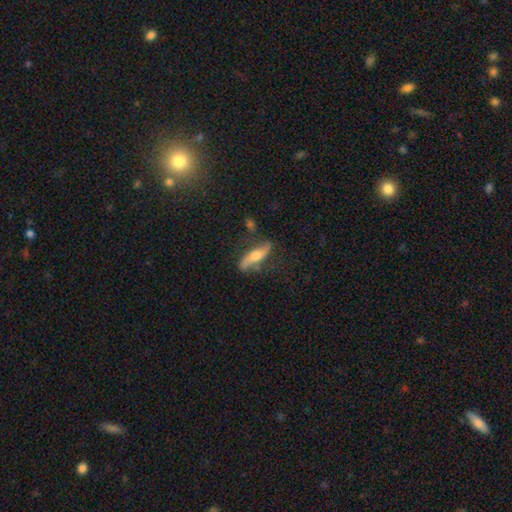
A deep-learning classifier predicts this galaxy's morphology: Q: Smooth or featured?
A: featured or disk (59%); runner-up: smooth (35%)
Q: Edge-on disk?
A: yes (51%); runner-up: no (49%)
Q: Merging?
A: none (69%); runner-up: minor disturbance (19%)